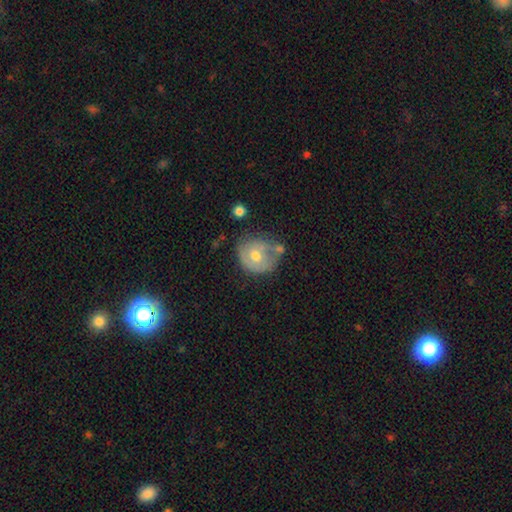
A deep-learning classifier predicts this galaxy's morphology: A featured or disk galaxy (51%).

Vote fractions:
- Smooth or featured? featured or disk: 51% / smooth: 42% / star or artifact: 7%
- Edge-on disk? no: 96% / yes: 4%
- Merging? none: 47% / minor disturbance: 27% / merger: 14% / major disturbance: 12%